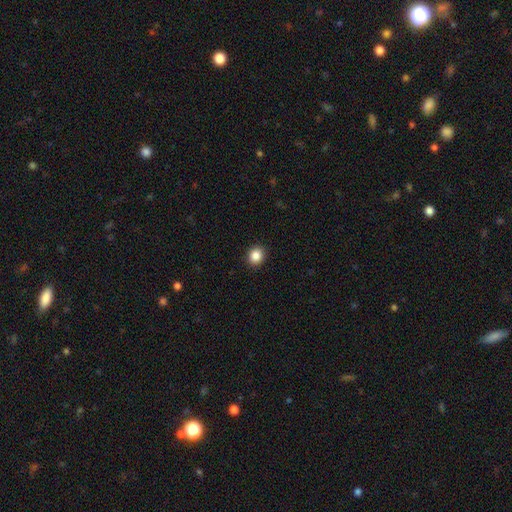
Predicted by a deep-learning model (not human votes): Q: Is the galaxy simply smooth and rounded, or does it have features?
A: smooth — 86%.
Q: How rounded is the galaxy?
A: round — 78%.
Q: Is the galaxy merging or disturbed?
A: none — 91%.